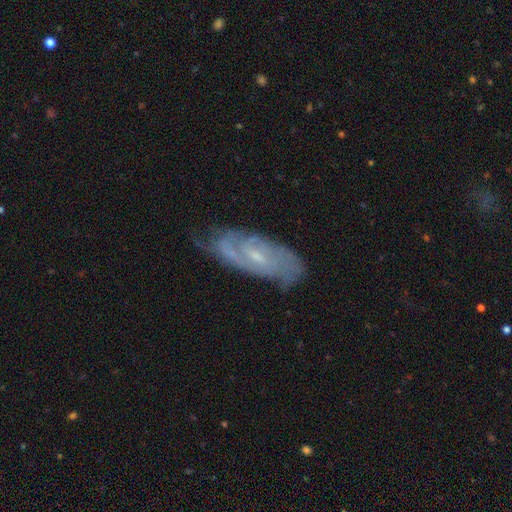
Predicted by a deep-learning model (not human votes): This is clearly a featured or disk galaxy (81%). It is clearly not viewed edge-on (91%). Bar: possibly weak (48%). Spiral arm pattern: clearly yes (94%). Spiral arm count: possibly 2 (48%). Spiral winding: possibly tight (52%). Central bulge: likely small (69%). Merging: likely none (73%).